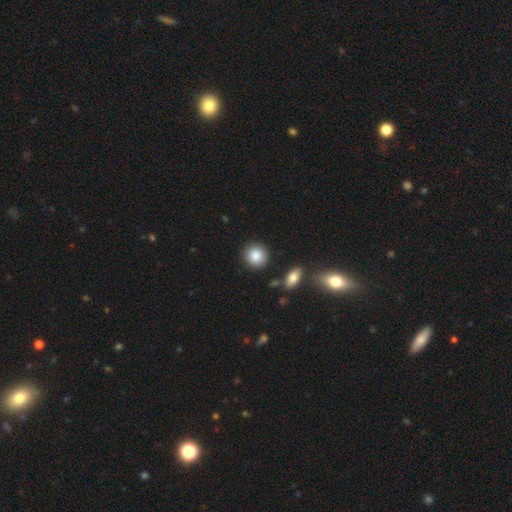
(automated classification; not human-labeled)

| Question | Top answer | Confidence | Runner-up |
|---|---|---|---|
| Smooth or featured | smooth | 86% | star or artifact (8%) |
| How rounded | round | 90% | in between (9%) |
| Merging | none | 88% | minor disturbance (6%) |